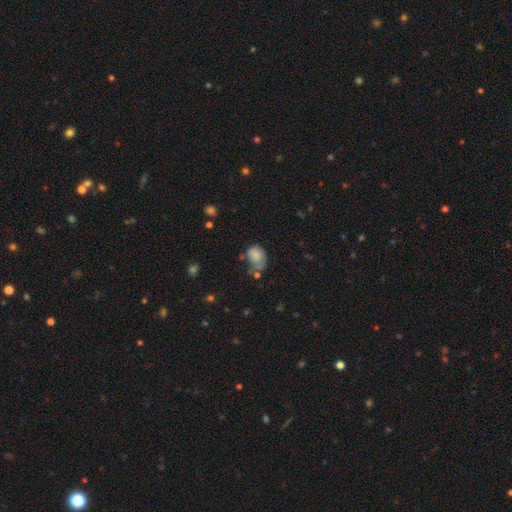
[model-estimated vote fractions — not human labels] Overall: smooth (75%). How rounded: in between (66%; round 33%). Merging: none (35%; minor disturbance 33%).